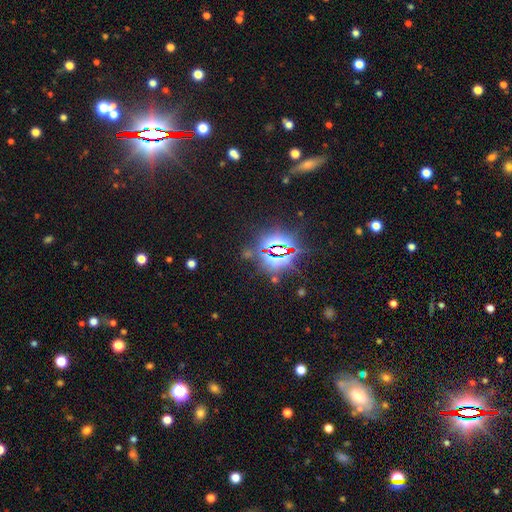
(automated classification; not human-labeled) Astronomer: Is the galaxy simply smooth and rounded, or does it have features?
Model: star or artifact — 83%.